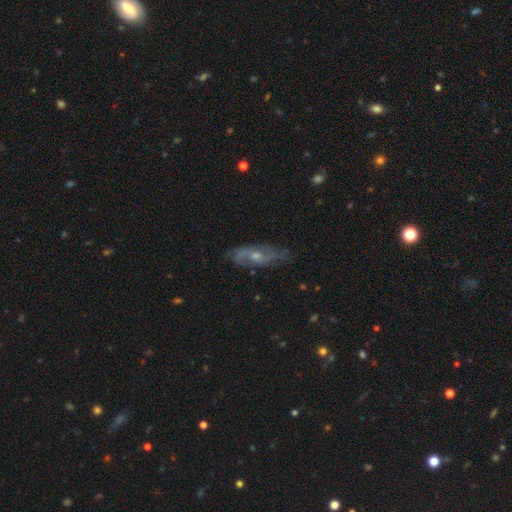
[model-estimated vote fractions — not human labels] This appears to be a featured or disk galaxy (68%) with no bar (64%), spiral arms (83%) and a moderate central bulge (53%). Merging: none (74%).